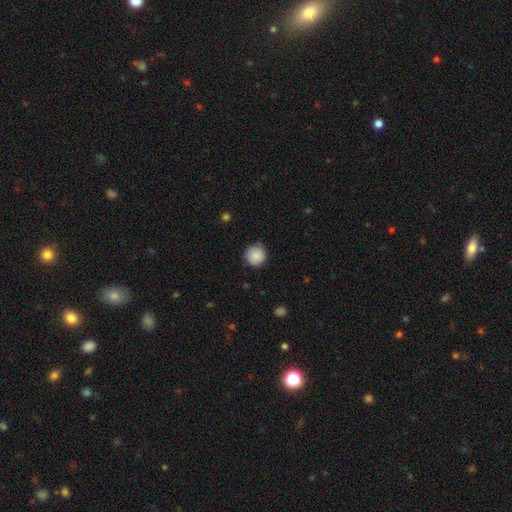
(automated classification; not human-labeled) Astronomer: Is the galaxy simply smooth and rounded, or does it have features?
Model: smooth — 88%.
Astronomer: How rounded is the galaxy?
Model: round — 94%.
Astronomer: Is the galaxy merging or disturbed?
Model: none — 84%.